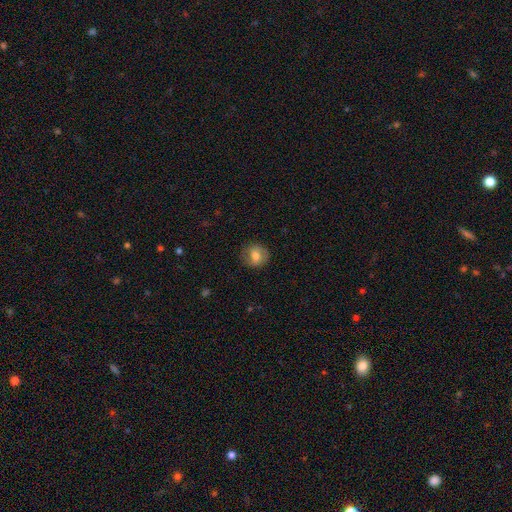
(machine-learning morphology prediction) The model was most divided on "smooth or featured": smooth: 72%, featured or disk: 19%, star or artifact: 9%. More confident: merging — none (83%); how rounded — round (81%).